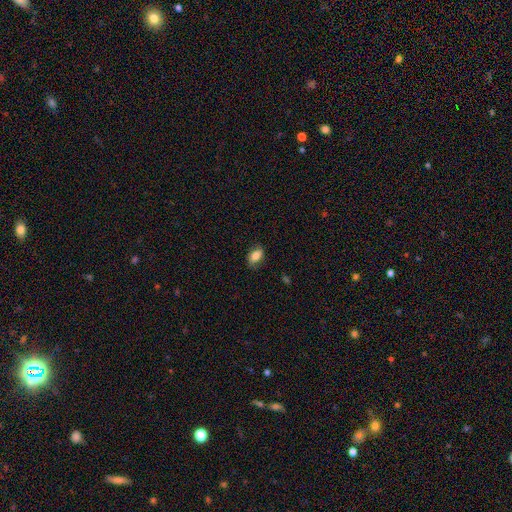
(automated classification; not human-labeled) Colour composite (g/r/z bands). It shows a smooth galaxy with no disk features (79%) that is in between round and cigar-shaped (87%). Merging: none (77%).